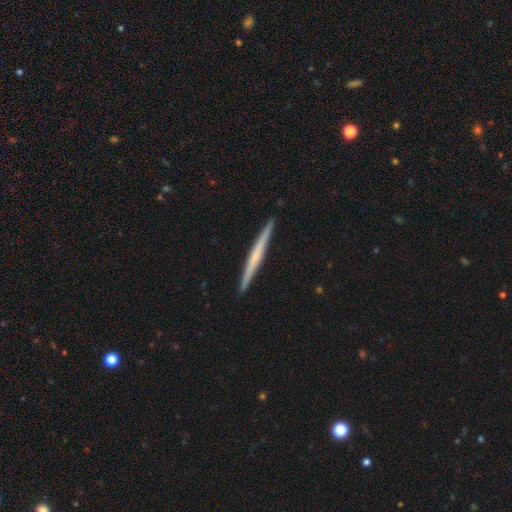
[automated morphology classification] featured or disk 59%, smooth 36%, star or artifact 5%. Down the decision tree: edge-on disk — yes (98%); edge-on bulge — none (70%); merging — none (93%).